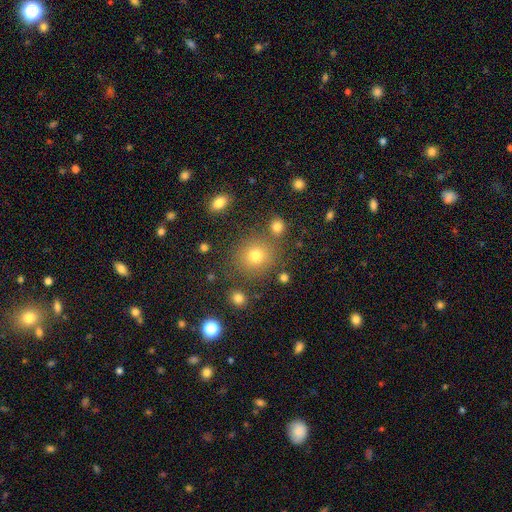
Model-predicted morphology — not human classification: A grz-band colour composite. It shows a smooth galaxy with no disk features (75%) that is round (89%). Merging: none (81%).